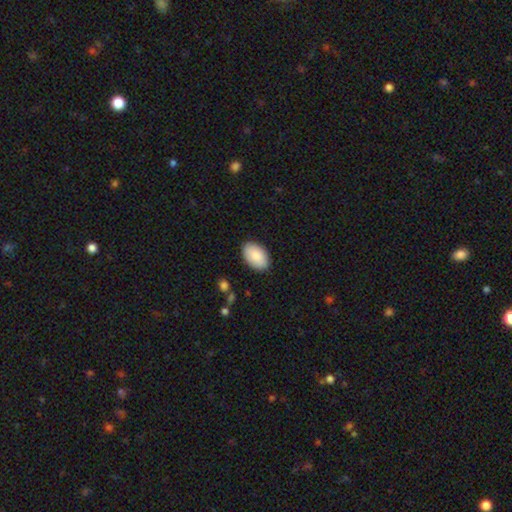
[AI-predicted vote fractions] A smooth galaxy with no disk features (88%) that is in between round and cigar-shaped (94%).

Vote fractions:
- Smooth or featured? smooth: 88% / featured or disk: 7% / star or artifact: 6%
- How rounded? in between: 94% / round: 5% / cigar-shaped: 1%
- Merging? none: 88% / minor disturbance: 9% / major disturbance: 2% / merger: 1%